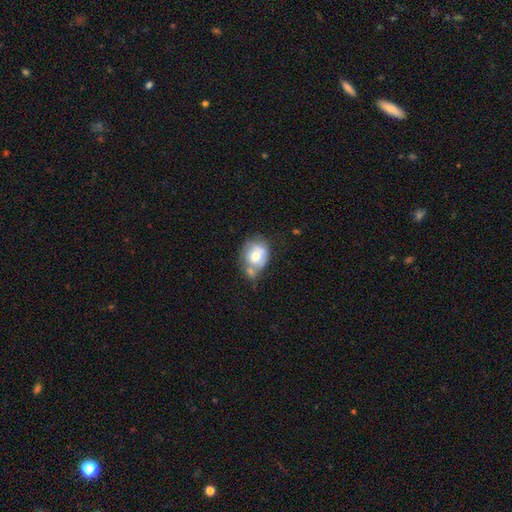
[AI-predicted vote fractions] Smooth or featured?
  - smooth: 64% *
  - featured or disk: 28%
  - star or artifact: 8%
How rounded?
  - round: 66% *
  - in between: 34%
  - cigar-shaped: 1%
Merging?
  - none: 35% *
  - merger: 34%
  - minor disturbance: 22%
  - major disturbance: 9%